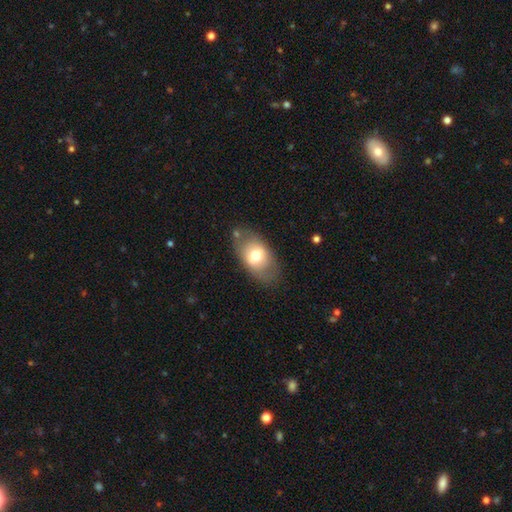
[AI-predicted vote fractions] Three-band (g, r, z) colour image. It shows a smooth galaxy with no disk features (65%) that is in between round and cigar-shaped (89%). Merging: none (75%).